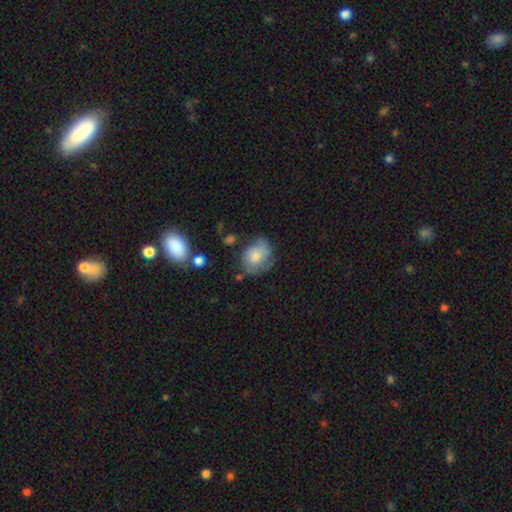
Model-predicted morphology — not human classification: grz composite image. It shows a smooth galaxy with no disk features (62%) that is round (54%). Merging: none (51%).